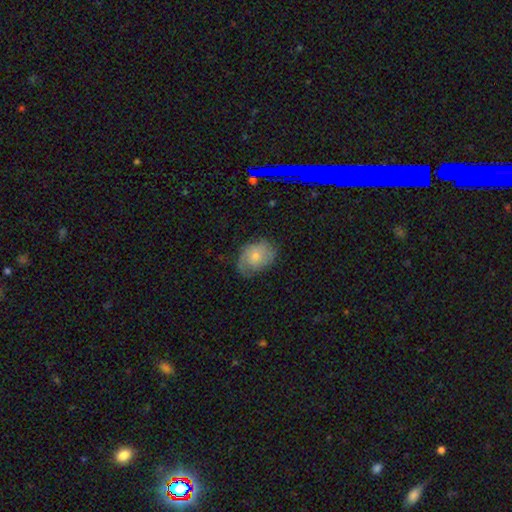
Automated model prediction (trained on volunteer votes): Overall: smooth (57%; featured or disk 35%). How rounded: in between (65%; round 34%). Merging: none (59%; minor disturbance 29%).